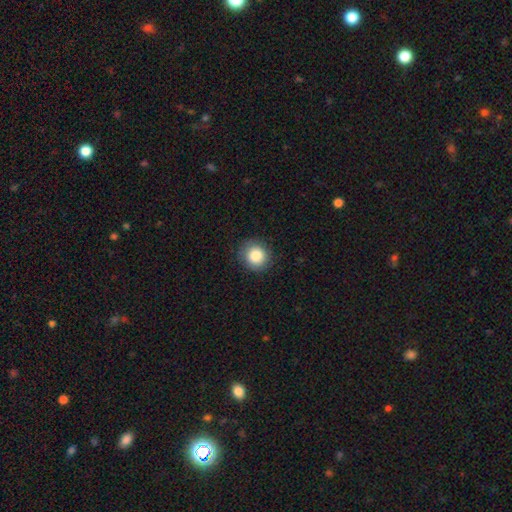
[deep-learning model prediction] smooth_or_featured: smooth (p=0.84) [alt: star or artifact p=0.09]
how_rounded: round (p=0.89) [alt: in between p=0.10]
merging: none (p=0.88) [alt: minor disturbance p=0.08]